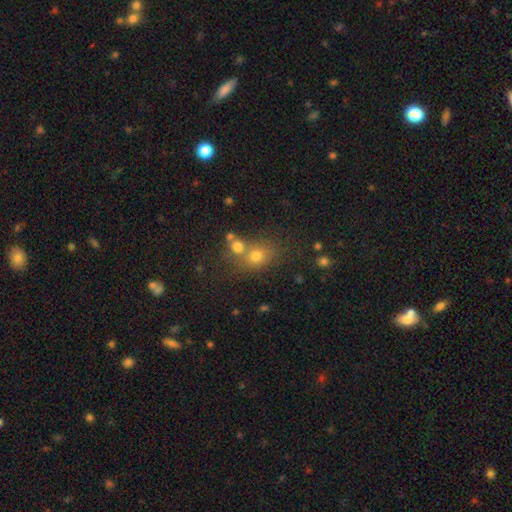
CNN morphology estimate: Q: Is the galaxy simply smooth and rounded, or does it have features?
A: smooth — 61%.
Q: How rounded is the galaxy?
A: round — 68%.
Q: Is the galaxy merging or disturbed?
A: none — 53%.